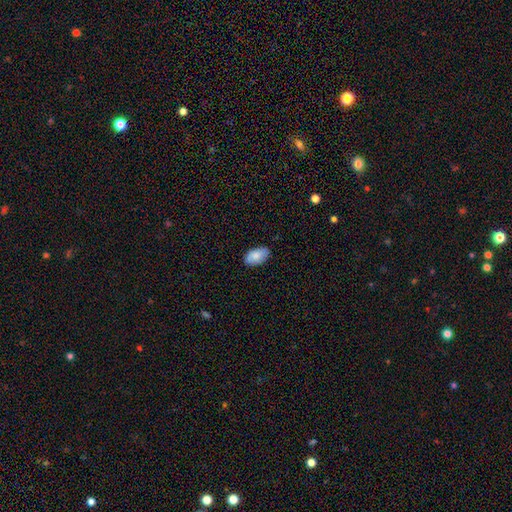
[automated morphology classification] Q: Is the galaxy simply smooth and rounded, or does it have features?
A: smooth — 81%.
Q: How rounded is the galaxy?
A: in between — 94%.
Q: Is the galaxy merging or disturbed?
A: none — 81%.